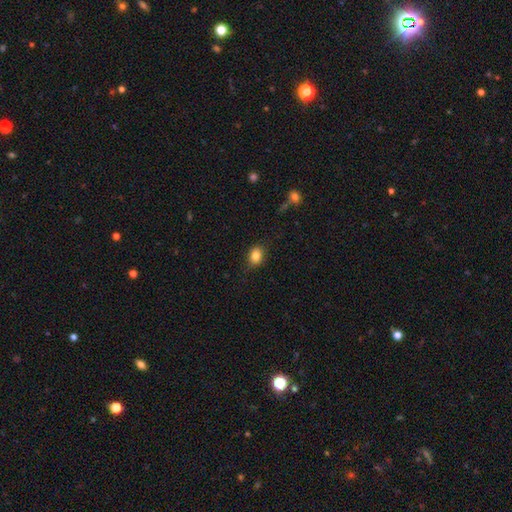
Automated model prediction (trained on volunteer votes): Overall: smooth (84%). How rounded: in between (61%; round 38%). Merging: none (81%).